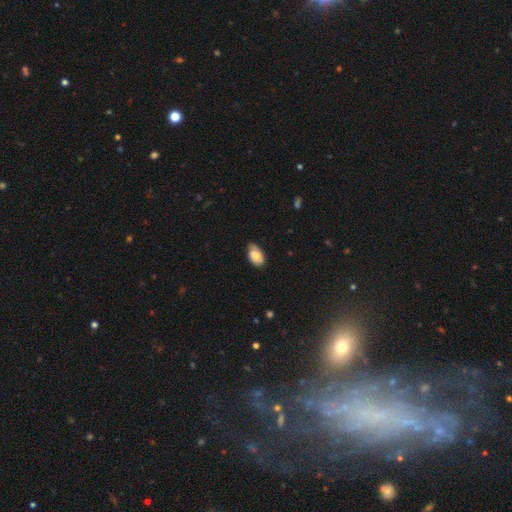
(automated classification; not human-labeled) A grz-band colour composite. It shows a smooth galaxy with no disk features (79%) that is in between round and cigar-shaped (93%). Merging: none (69%).